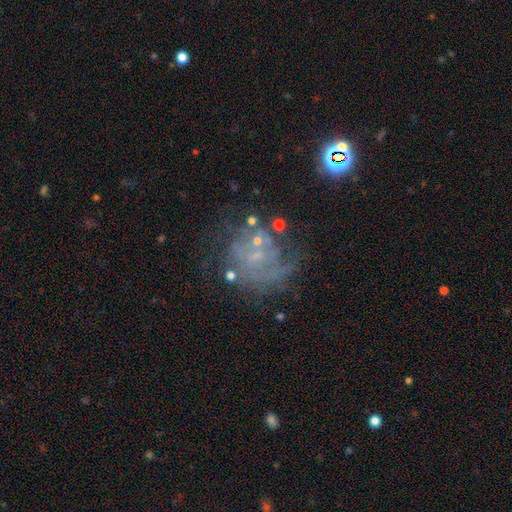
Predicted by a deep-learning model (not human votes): Morphology: type=featured or disk (60%); edge-on=no (98%); bar=no (76%); spiral arms=yes (59%); bulge=small (54%); merging=none (49%).